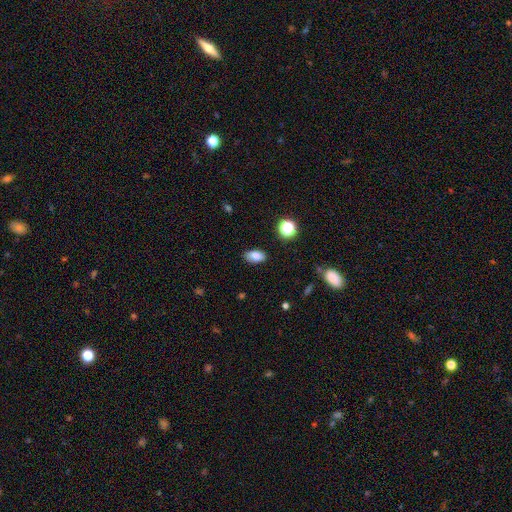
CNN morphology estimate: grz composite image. It shows a smooth galaxy with no disk features (84%) that is in between round and cigar-shaped (90%). Merging: none (86%).